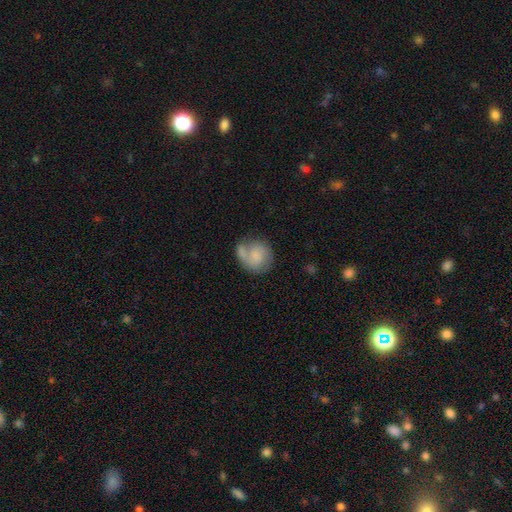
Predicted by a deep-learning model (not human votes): smooth 53%, featured or disk 40%, star or artifact 7%. Down the decision tree: how rounded — round (79%); merging — none (44%).